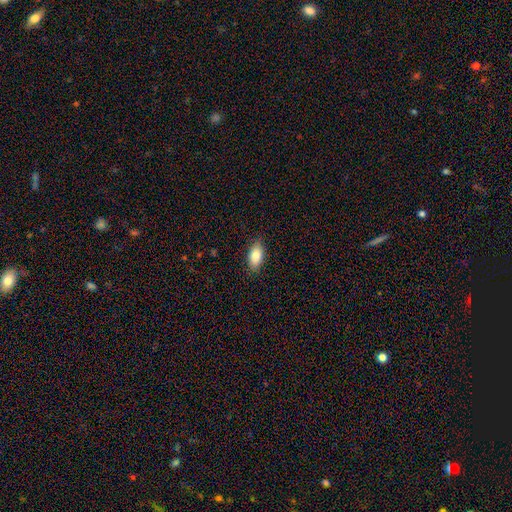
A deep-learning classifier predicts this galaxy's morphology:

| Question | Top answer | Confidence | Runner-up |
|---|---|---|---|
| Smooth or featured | smooth | 85% | featured or disk (8%) |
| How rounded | in between | 91% | cigar-shaped (5%) |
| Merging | none | 86% | minor disturbance (10%) |